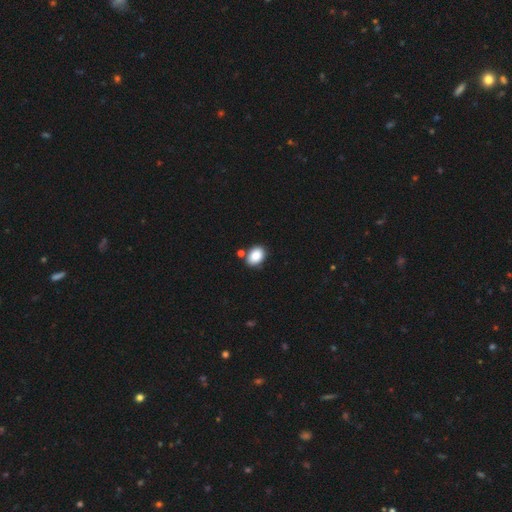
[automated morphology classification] A smooth galaxy with no disk features (88%) that is in between round and cigar-shaped (78%). Merging: none (76%).